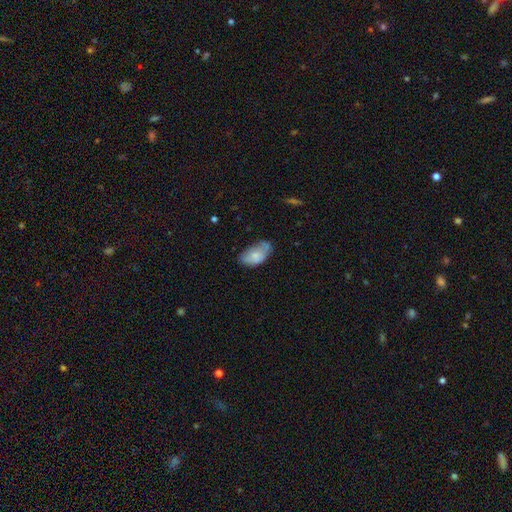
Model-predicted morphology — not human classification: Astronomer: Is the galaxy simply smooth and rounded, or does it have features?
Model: smooth — 68%.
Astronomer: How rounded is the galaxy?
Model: in between — 93%.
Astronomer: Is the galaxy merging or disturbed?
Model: none — 50% (runner-up: minor disturbance, 35%).